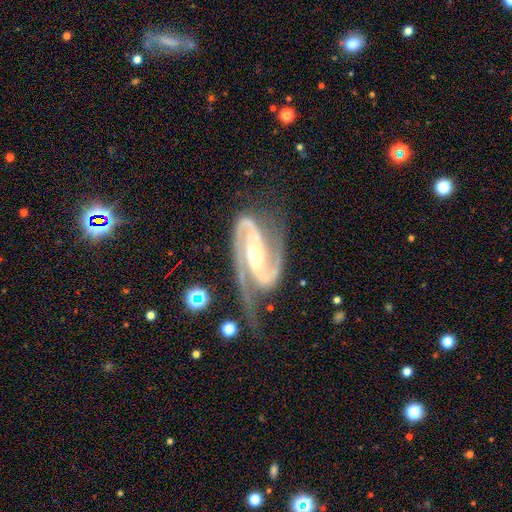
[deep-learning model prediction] This is clearly a featured or disk galaxy (93%). It is clearly not viewed edge-on (97%). Bar: marginally strong (45%). Spiral arm pattern: clearly yes (99%). Spiral arm count: clearly 2 (92%). Spiral winding: possibly medium (52%). Central bulge: possibly small (57%). Merging: possibly none (59%).